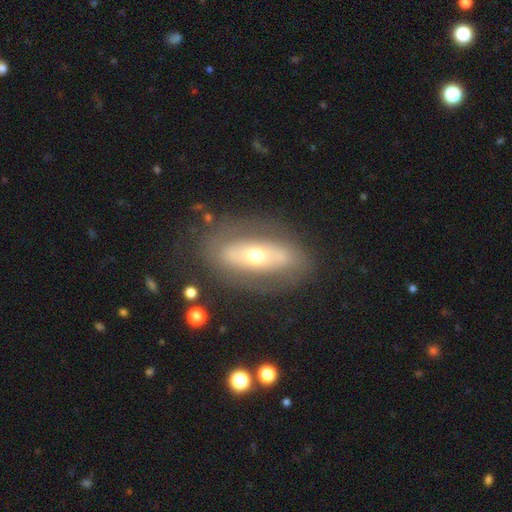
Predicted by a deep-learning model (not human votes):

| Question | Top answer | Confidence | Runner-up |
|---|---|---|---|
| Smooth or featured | featured or disk | 57% | smooth (36%) |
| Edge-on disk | no | 78% | yes (22%) |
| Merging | none | 77% | minor disturbance (13%) |